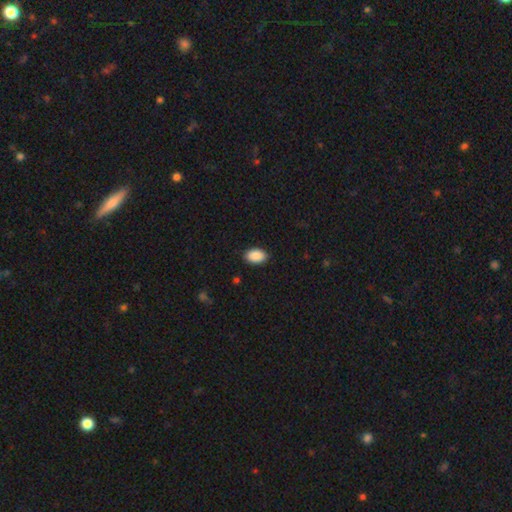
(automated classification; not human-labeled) This is clearly a smooth galaxy (90%). How rounded: clearly in between (92%). Merging: clearly none (89%).